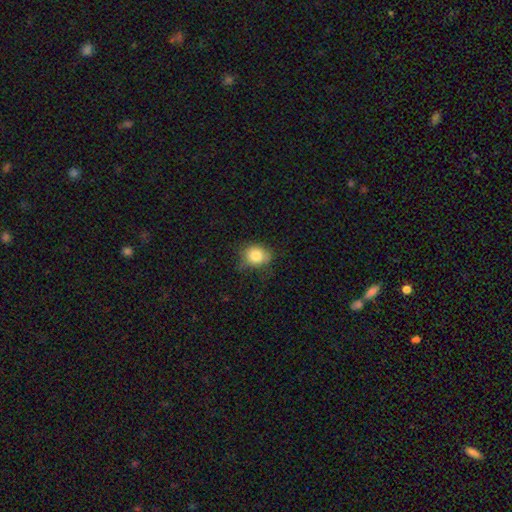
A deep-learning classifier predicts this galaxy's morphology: Smooth or featured?
  - smooth: 82% *
  - star or artifact: 9%
  - featured or disk: 8%
How rounded?
  - round: 55% *
  - in between: 44%
  - cigar-shaped: 1%
Merging?
  - none: 60% *
  - minor disturbance: 30%
  - major disturbance: 8%
  - merger: 2%